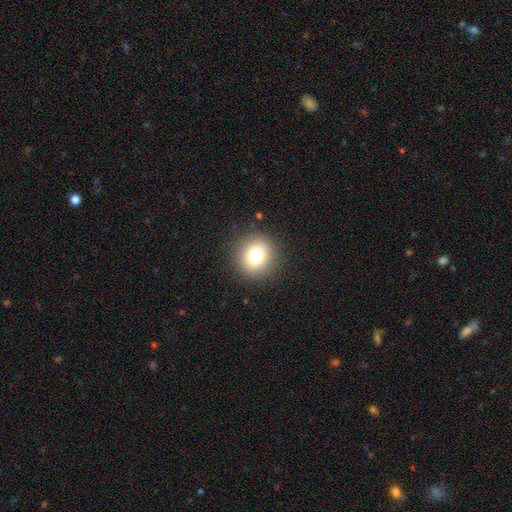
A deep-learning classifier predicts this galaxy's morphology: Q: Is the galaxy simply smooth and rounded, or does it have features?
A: smooth — 78%.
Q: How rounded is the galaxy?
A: round — 88%.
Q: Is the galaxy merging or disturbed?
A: none — 89%.